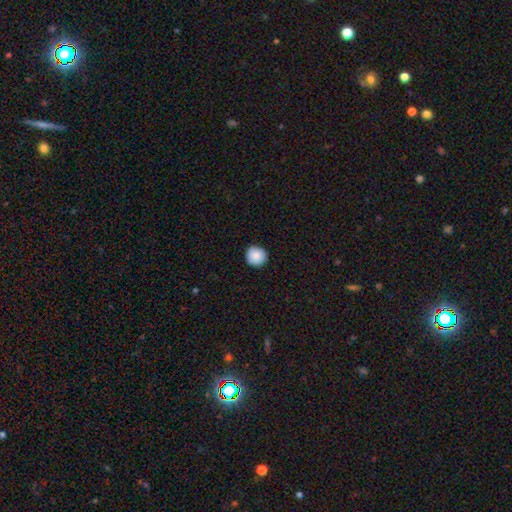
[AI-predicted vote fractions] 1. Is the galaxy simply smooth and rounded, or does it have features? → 88% smooth, 8% star or artifact, 4% featured or disk.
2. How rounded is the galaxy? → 95% round, 4% in between, 1% cigar-shaped.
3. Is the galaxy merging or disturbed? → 92% none, 6% minor disturbance, 1% major disturbance, 1% merger.